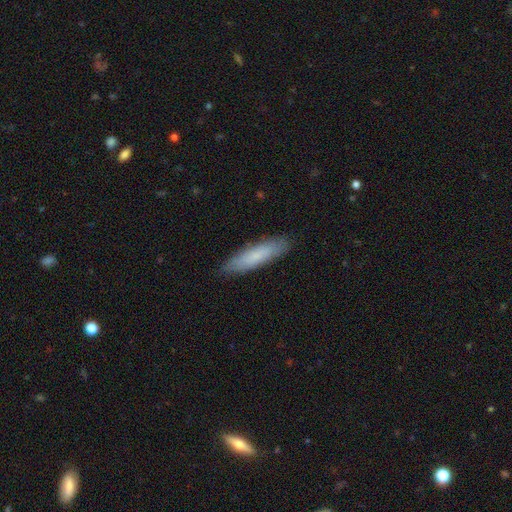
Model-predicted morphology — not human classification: The model was most divided on "how rounded": cigar-shaped: 77%, in between: 21%, round: 1%. More confident: merging — none (88%); smooth or featured — smooth (78%).